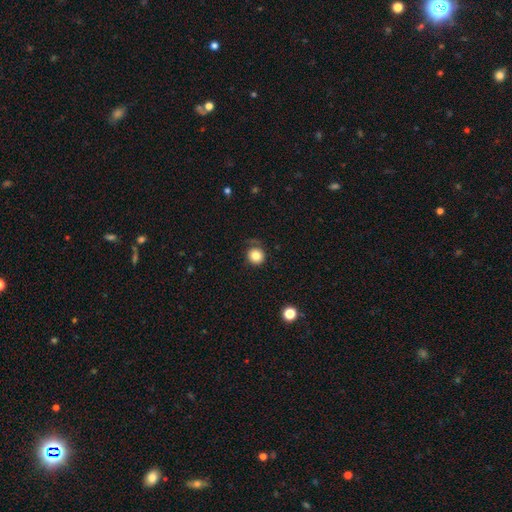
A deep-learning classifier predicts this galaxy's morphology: This appears to be a smooth galaxy with no disk features (82%) that is round (91%). Merging: none (72%).